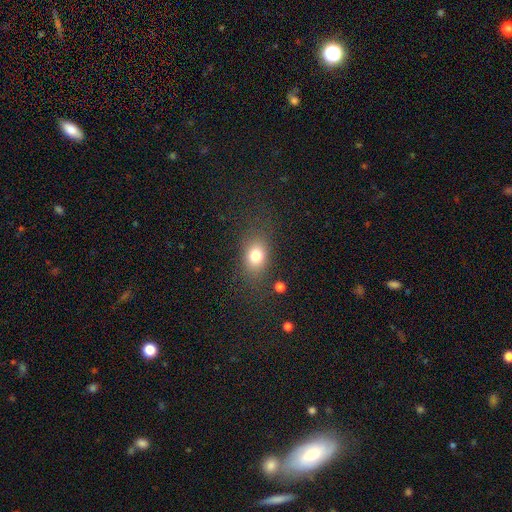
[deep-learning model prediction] This is likely a smooth galaxy (77%). How rounded: likely in between (64%). Merging: likely none (77%).